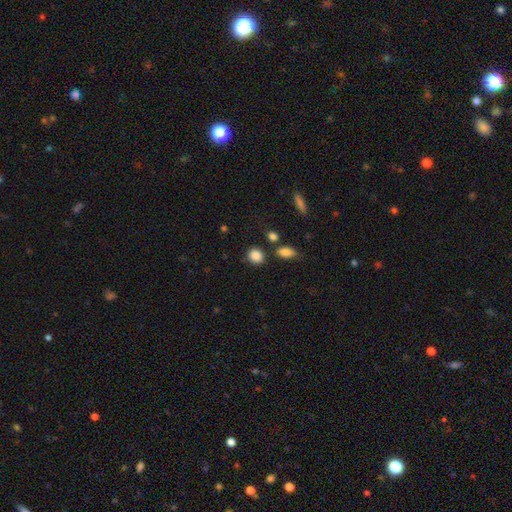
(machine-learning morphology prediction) This appears to be a smooth galaxy with no disk features (87%) that is round (74%). Merging: none (80%).